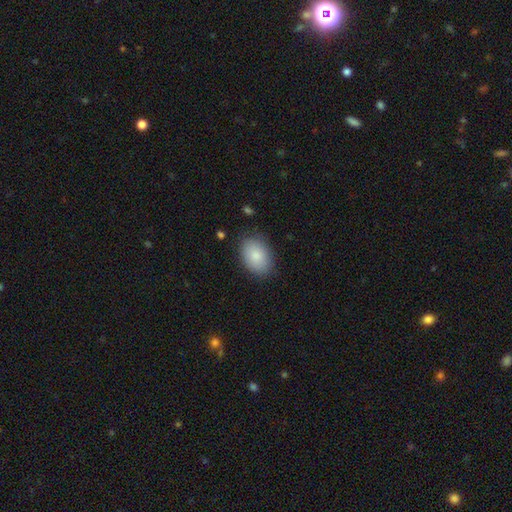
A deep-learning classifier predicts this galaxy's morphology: A smooth galaxy with no disk features (86%) that is in between round and cigar-shaped (87%).

Vote fractions:
- Smooth or featured? smooth: 86% / featured or disk: 7% / star or artifact: 7%
- How rounded? in between: 87% / round: 12% / cigar-shaped: 1%
- Merging? none: 83% / minor disturbance: 12% / major disturbance: 3% / merger: 1%